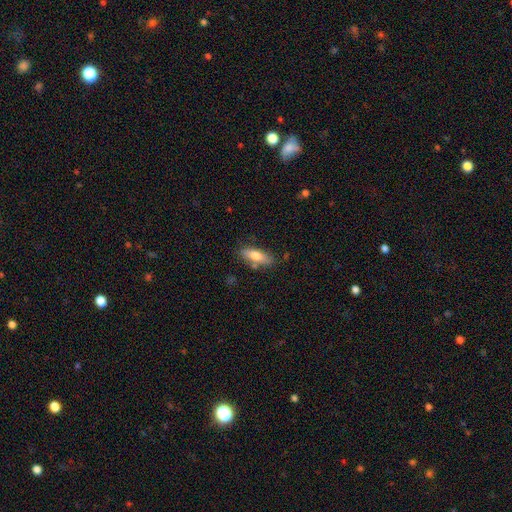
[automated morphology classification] Smooth or featured? smooth (74%)
How rounded? in between (64%)
Merging? none (75%)